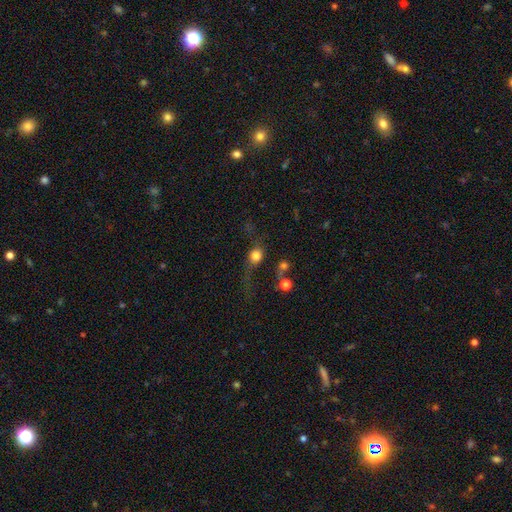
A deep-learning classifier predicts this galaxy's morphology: Smooth or featured: smooth — 68% (featured or disk — 19%)
How rounded: round — 69% (in between — 26%)
Merging: none — 37% (major disturbance — 30%)